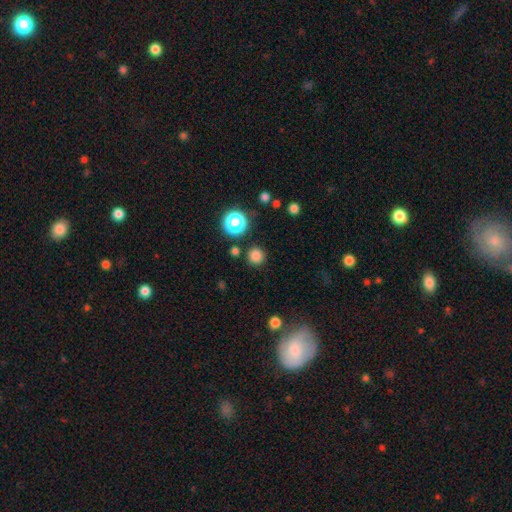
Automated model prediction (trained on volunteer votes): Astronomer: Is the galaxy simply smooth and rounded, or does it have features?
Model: smooth — 79%.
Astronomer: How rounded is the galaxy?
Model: round — 95%.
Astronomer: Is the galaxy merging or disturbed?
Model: none — 88%.